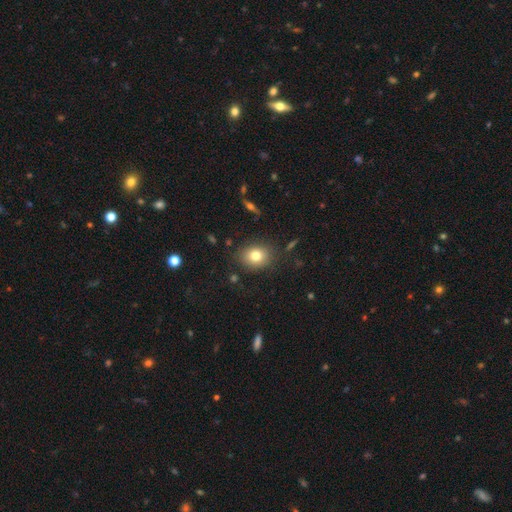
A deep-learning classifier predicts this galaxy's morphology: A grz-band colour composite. It shows a smooth galaxy with no disk features (78%) that is round (50%). Merging: none (84%).